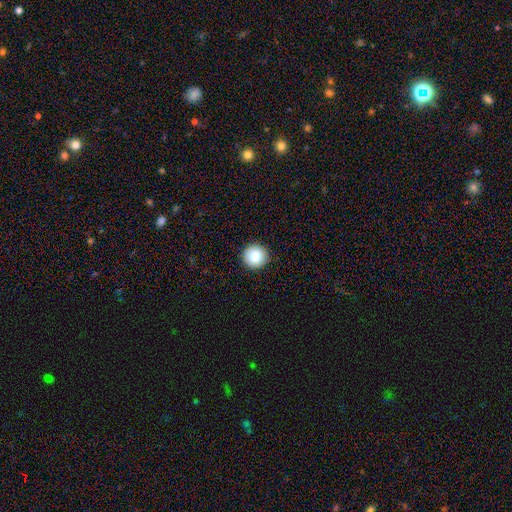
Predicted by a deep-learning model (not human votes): This appears to be a smooth galaxy with no disk features (82%) that is round (95%). Merging: none (93%).